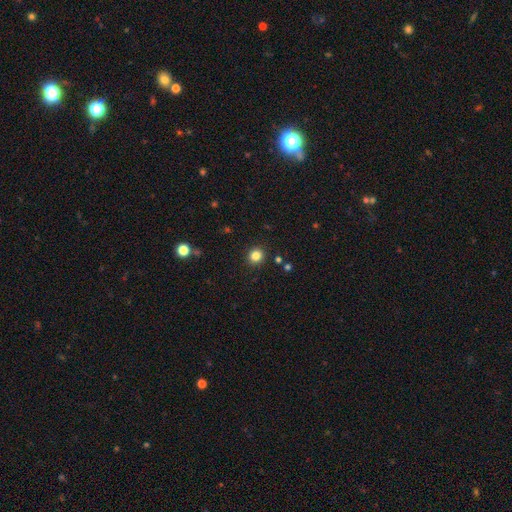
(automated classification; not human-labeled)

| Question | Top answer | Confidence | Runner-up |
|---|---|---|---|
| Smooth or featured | smooth | 83% | star or artifact (12%) |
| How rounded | round | 92% | in between (7%) |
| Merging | none | 92% | minor disturbance (5%) |